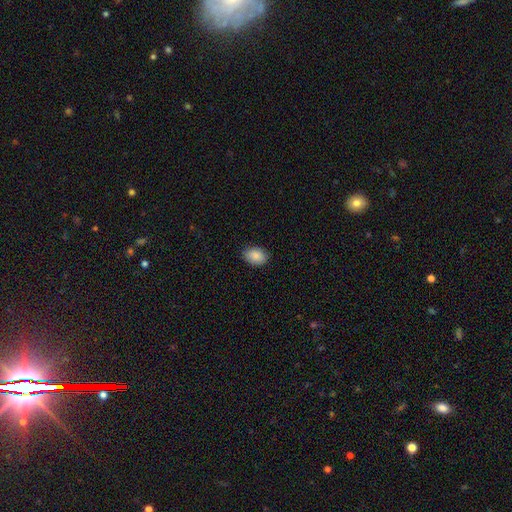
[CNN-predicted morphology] The model was most divided on "how rounded": in between: 77%, round: 22%, cigar-shaped: 1%. More confident: smooth or featured — smooth (88%); merging — none (87%).